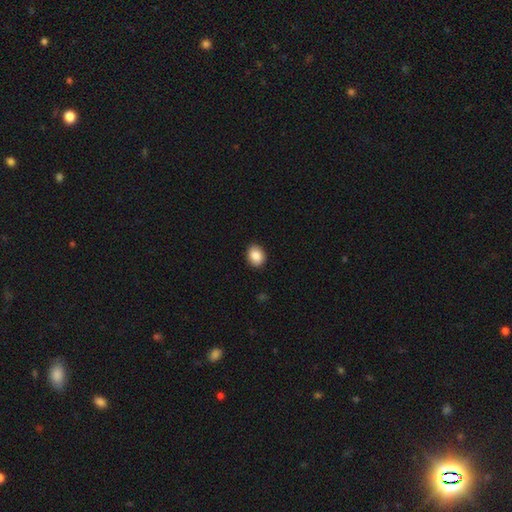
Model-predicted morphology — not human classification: This appears to be a smooth galaxy with no disk features (87%) that is in between round and cigar-shaped (55%). Merging: none (90%).